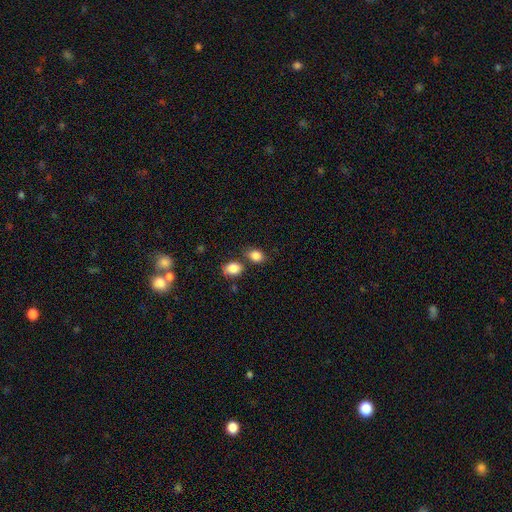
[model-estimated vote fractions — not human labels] Smooth or featured? smooth (86%)
How rounded? in between (61%)
Merging? none (61%)